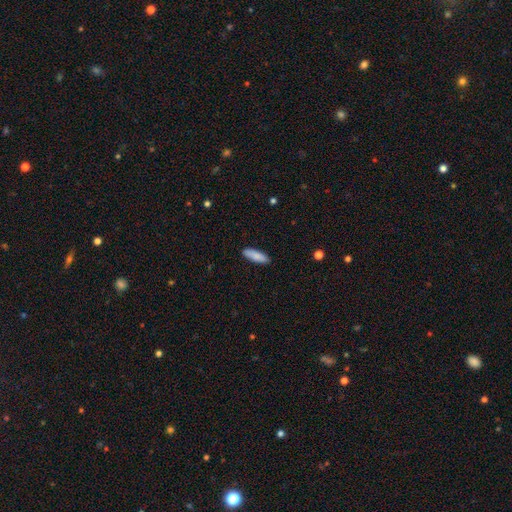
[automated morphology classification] Q: Smooth or featured?
A: smooth (87%); runner-up: featured or disk (7%)
Q: How rounded?
A: cigar-shaped (56%); runner-up: in between (42%)
Q: Merging?
A: none (89%); runner-up: minor disturbance (8%)